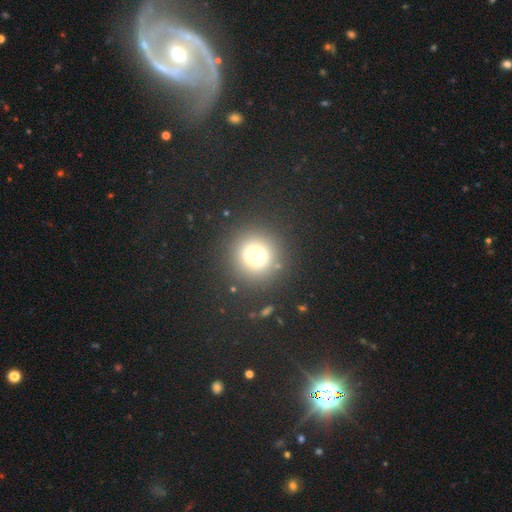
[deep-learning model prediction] Overall: smooth (74%). How rounded: round (92%). Merging: none (87%).